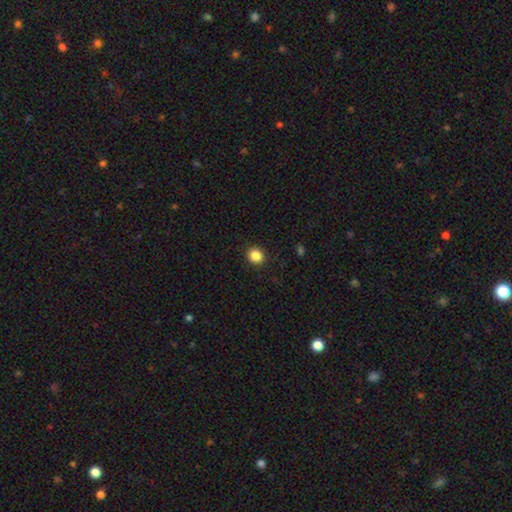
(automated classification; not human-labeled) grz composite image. It shows a smooth galaxy with no disk features (86%) that is round (83%). Merging: none (91%).